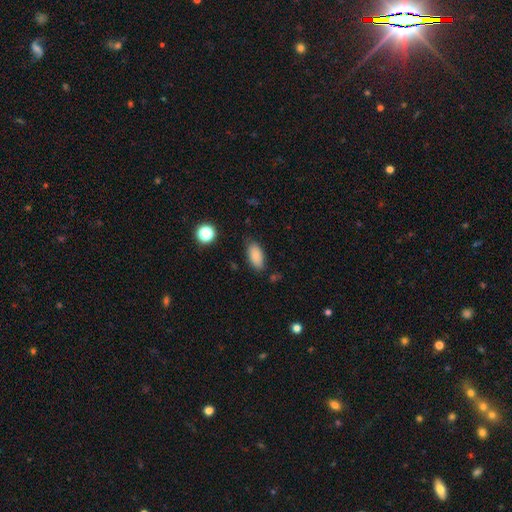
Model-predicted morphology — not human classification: Smooth or featured?
  - smooth: 85% *
  - star or artifact: 8%
  - featured or disk: 6%
How rounded?
  - in between: 90% *
  - cigar-shaped: 6%
  - round: 4%
Merging?
  - none: 77% *
  - minor disturbance: 17%
  - major disturbance: 4%
  - merger: 3%